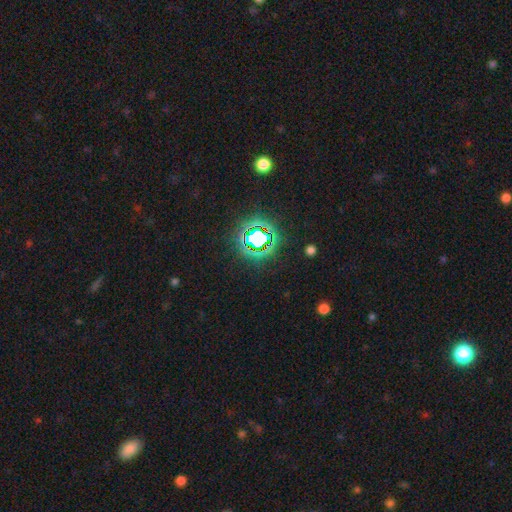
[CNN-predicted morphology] A star or artifact, not a galaxy (81%).

Vote fractions:
- Smooth or featured? star or artifact: 81% / smooth: 13% / featured or disk: 6%